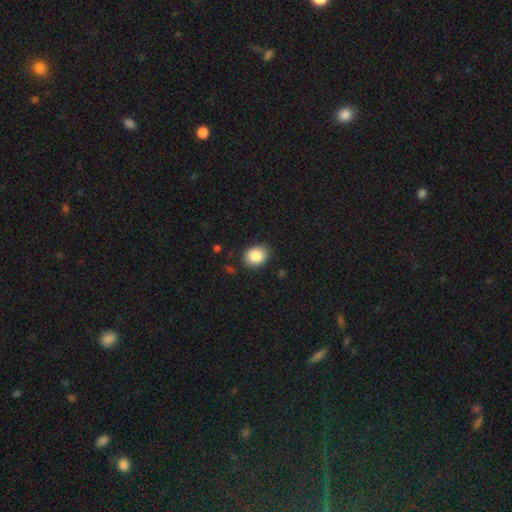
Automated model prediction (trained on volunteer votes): smooth 86%, star or artifact 8%, featured or disk 6%. Down the decision tree: how rounded — round (52%); merging — none (86%).